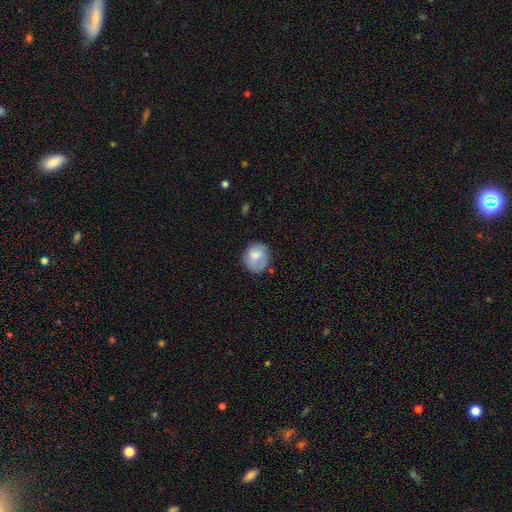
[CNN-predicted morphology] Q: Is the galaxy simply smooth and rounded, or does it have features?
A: smooth — 75%.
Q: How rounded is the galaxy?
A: round — 67%.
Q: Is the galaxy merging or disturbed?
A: none — 63%.